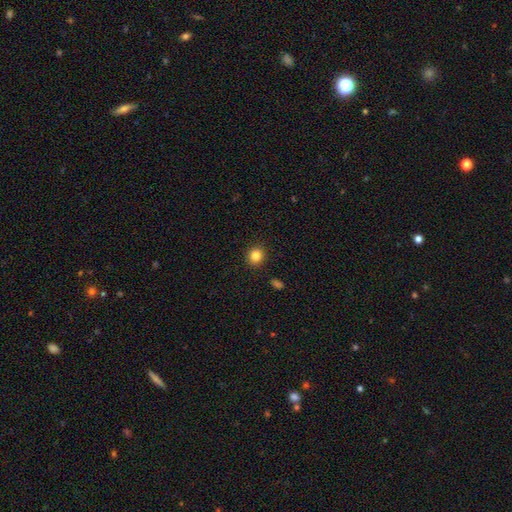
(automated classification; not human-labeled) Smooth or featured?
  - smooth: 84% *
  - star or artifact: 11%
  - featured or disk: 5%
How rounded?
  - round: 85% *
  - in between: 14%
  - cigar-shaped: 1%
Merging?
  - none: 91% *
  - minor disturbance: 6%
  - major disturbance: 2%
  - merger: 1%